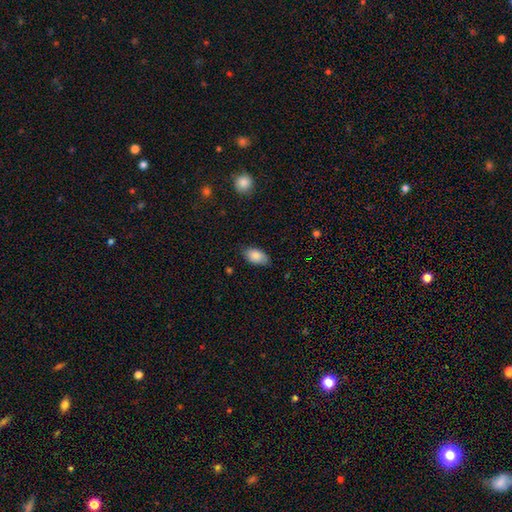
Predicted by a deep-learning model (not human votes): Overall: smooth (86%). How rounded: in between (93%). Merging: none (78%).